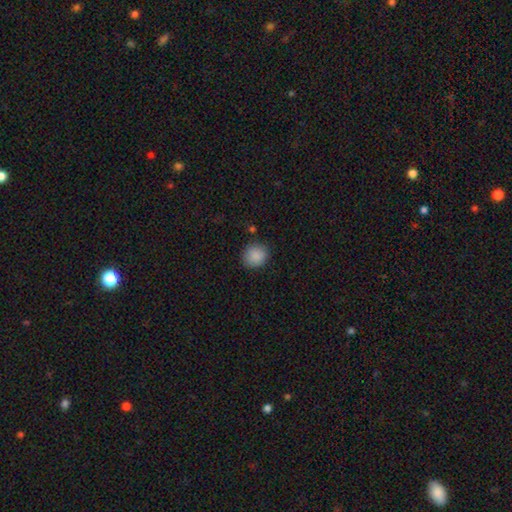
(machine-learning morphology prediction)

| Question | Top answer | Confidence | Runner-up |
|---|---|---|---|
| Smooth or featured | smooth | 88% | star or artifact (9%) |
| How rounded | round | 85% | in between (15%) |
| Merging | none | 87% | minor disturbance (9%) |